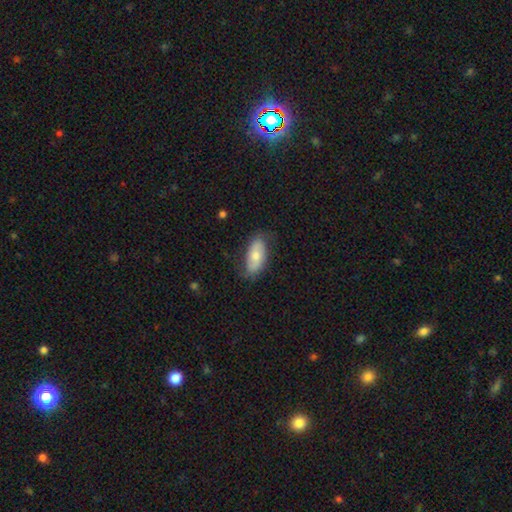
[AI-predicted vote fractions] Smooth or featured? Predicted: smooth (p=0.64). How rounded? Predicted: in between (p=0.91). Merging? Predicted: none (p=0.72).